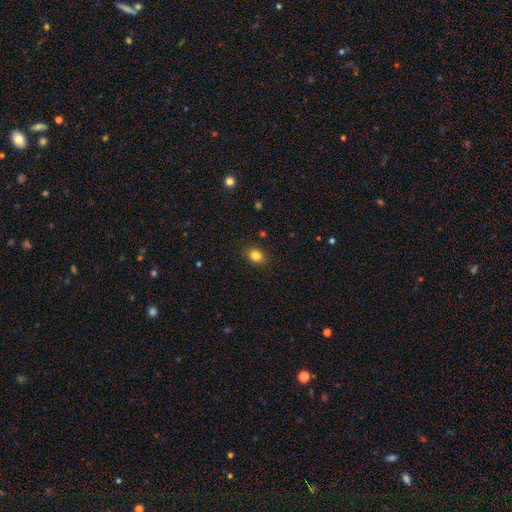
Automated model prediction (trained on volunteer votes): Smooth or featured: smooth — 84% (star or artifact — 11%)
How rounded: in between — 55% (round — 44%)
Merging: none — 88% (minor disturbance — 9%)